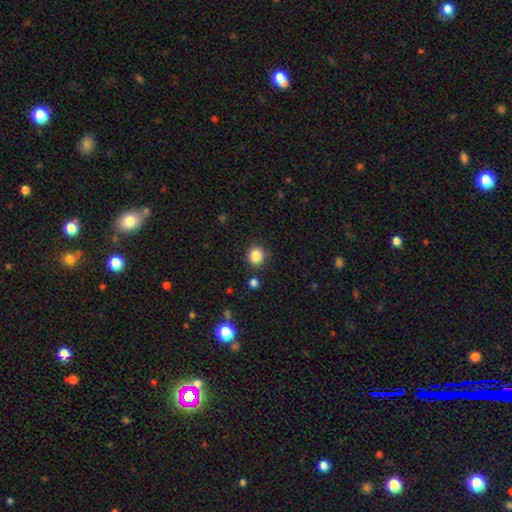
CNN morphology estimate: A smooth galaxy with no disk features (85%) that is round (82%). Merging: none (85%).